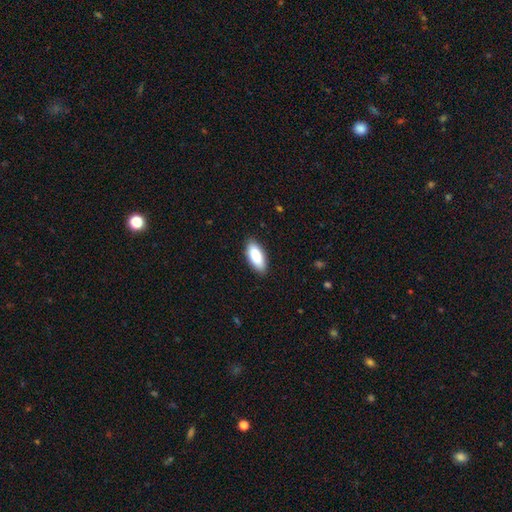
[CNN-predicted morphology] Smooth or featured? Predicted: smooth (p=0.87). How rounded? Predicted: in between (p=0.85). Merging? Predicted: none (p=0.88).